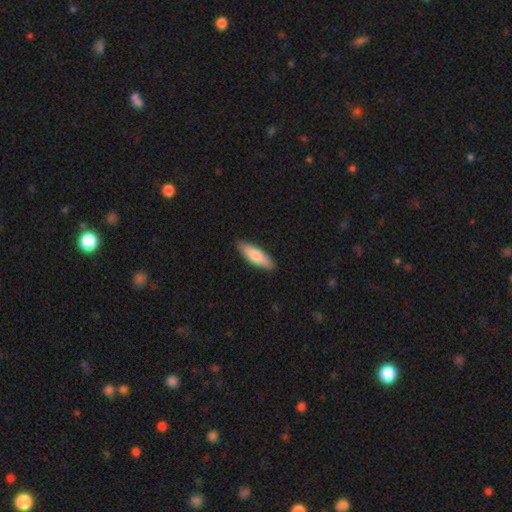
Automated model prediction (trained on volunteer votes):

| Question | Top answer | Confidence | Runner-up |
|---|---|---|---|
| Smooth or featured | smooth | 78% | featured or disk (17%) |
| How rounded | cigar-shaped | 55% | in between (43%) |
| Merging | none | 89% | minor disturbance (9%) |